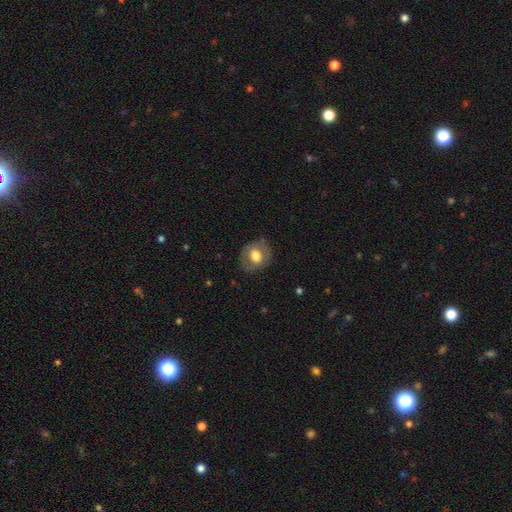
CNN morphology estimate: This is likely a smooth galaxy (62%). How rounded: likely round (69%). Merging: likely none (80%).